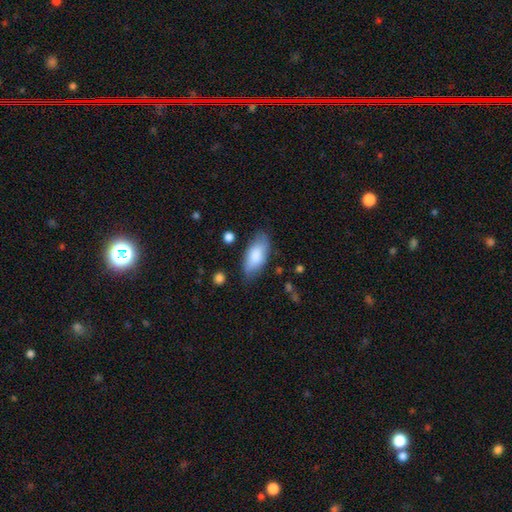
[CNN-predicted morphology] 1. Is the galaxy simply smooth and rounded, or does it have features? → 81% smooth, 13% featured or disk, 6% star or artifact.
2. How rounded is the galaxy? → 87% in between, 10% cigar-shaped, 2% round.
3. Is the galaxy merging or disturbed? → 76% none, 18% minor disturbance, 4% major disturbance, 2% merger.